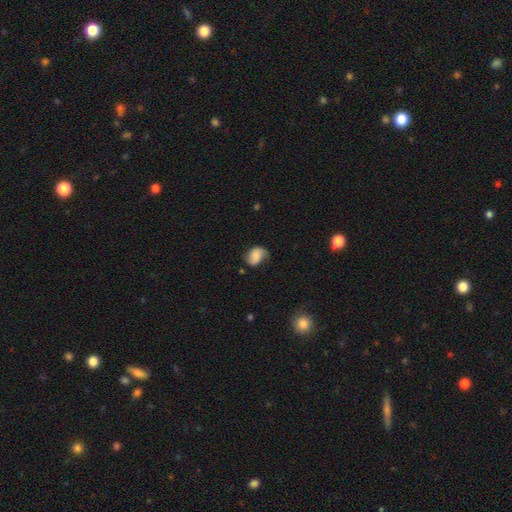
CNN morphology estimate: Q: Smooth or featured?
A: smooth (50%); runner-up: featured or disk (40%)
Q: How rounded?
A: in between (65%); runner-up: round (33%)
Q: Merging?
A: none (64%); runner-up: minor disturbance (26%)